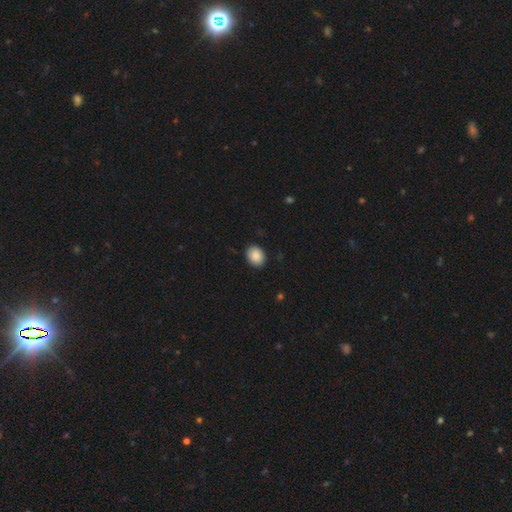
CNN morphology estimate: Smooth or featured? Predicted: smooth (p=0.89). How rounded? Predicted: in between (p=0.57). Merging? Predicted: none (p=0.89).